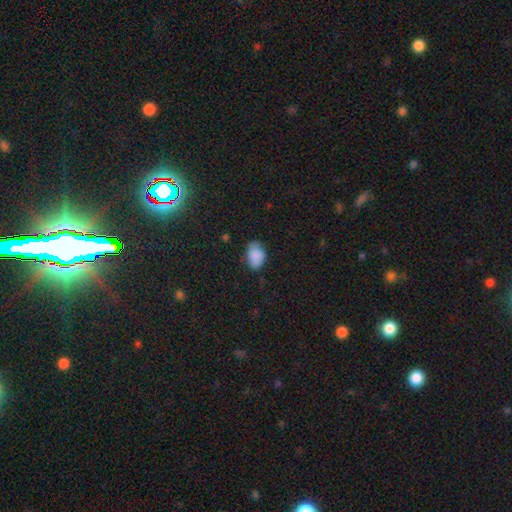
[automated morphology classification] A smooth galaxy with no disk features (85%) that is in between round and cigar-shaped (83%). Merging: none (66%).